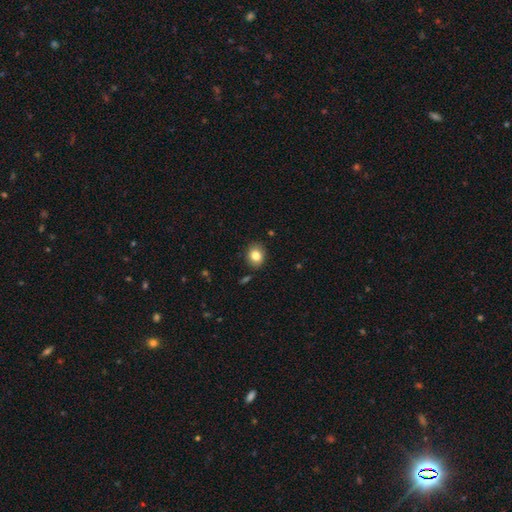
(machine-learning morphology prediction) The model was most divided on "how rounded": round: 57%, in between: 42%, cigar-shaped: 1%. More confident: merging — none (87%); smooth or featured — smooth (83%).